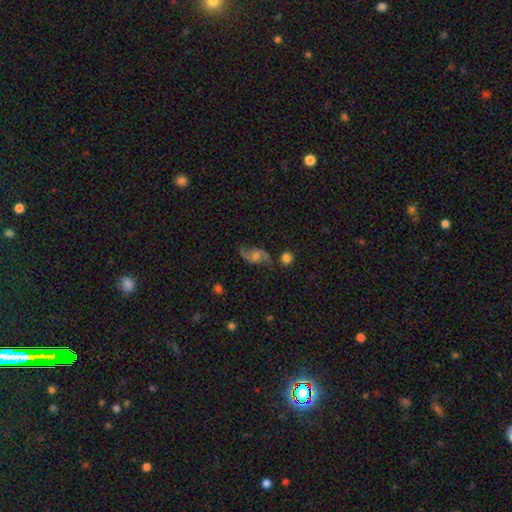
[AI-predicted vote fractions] A featured or disk galaxy (78%) with no bar (56%), 2 (92%) loose (74%) spiral arms (94%) and a moderate central bulge (42%). Merging: none (71%).